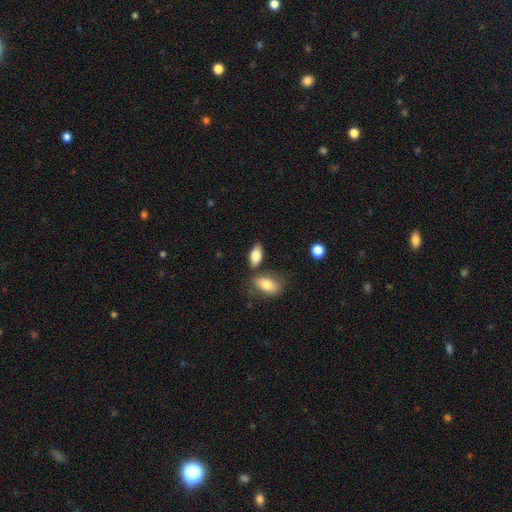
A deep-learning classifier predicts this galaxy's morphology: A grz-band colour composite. It shows a smooth galaxy with no disk features (82%) that is in between round and cigar-shaped (89%). Merging: none (71%).